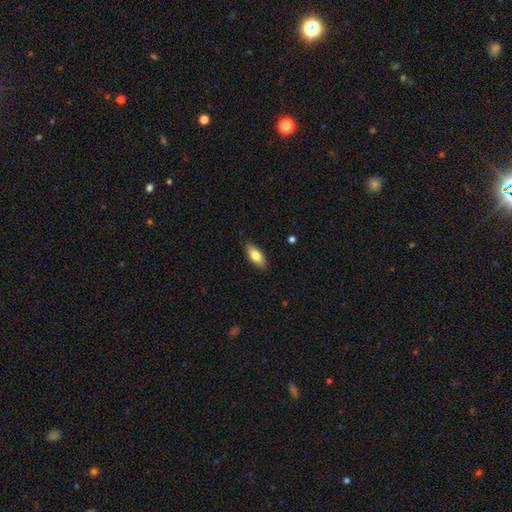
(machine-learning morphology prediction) type=smooth (78%); roundness=in between (84%); merging=none (87%).